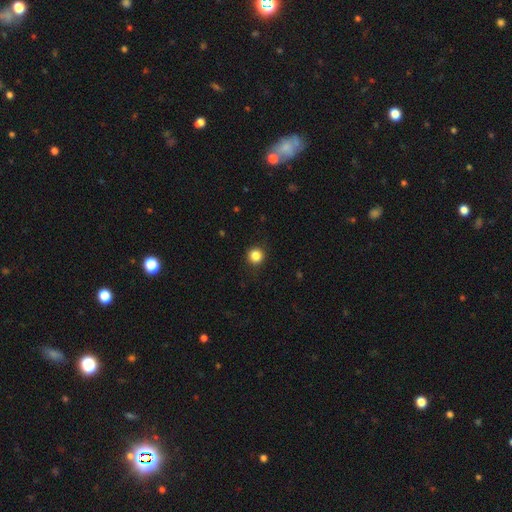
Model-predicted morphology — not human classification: Smooth or featured: smooth — 85% (star or artifact — 11%)
How rounded: round — 94% (in between — 5%)
Merging: none — 92% (minor disturbance — 6%)